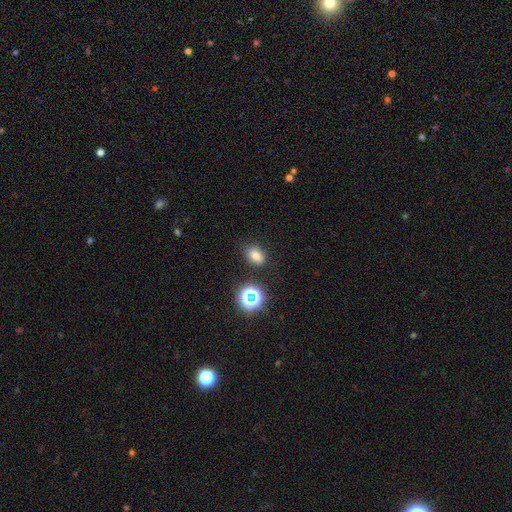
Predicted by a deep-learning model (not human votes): Overall: smooth (75%). How rounded: in between (73%). Merging: none (81%).